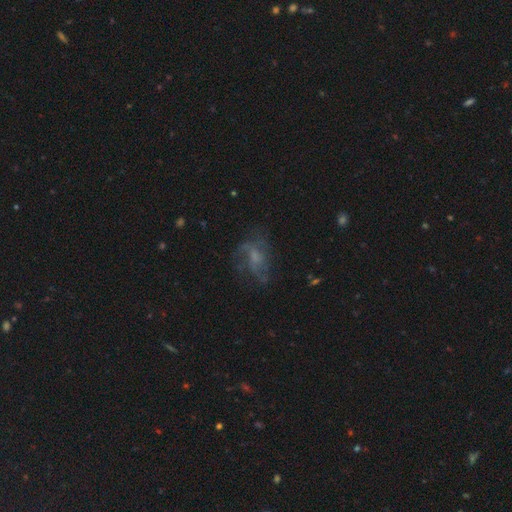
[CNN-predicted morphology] Q: Smooth or featured?
A: featured or disk (57%); runner-up: smooth (26%)
Q: Edge-on disk?
A: no (96%); runner-up: yes (4%)
Q: Bar?
A: no (63%); runner-up: weak (32%)
Q: Spiral arms?
A: yes (68%); runner-up: no (32%)
Q: Bulge size?
A: small (38%); runner-up: moderate (29%)
Q: Merging?
A: none (54%); runner-up: major disturbance (24%)